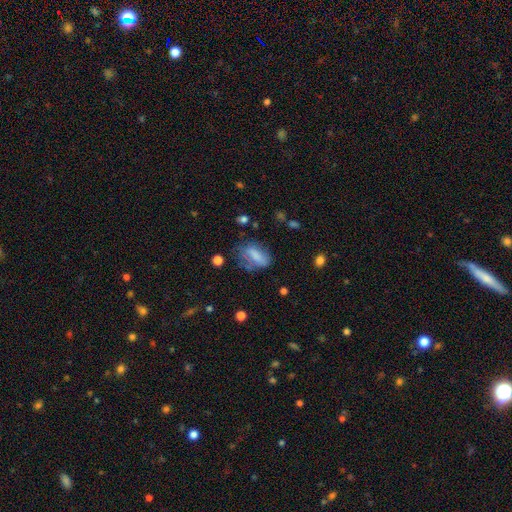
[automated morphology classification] Q: Smooth or featured?
A: smooth (67%); runner-up: featured or disk (22%)
Q: How rounded?
A: in between (81%); runner-up: cigar-shaped (10%)
Q: Merging?
A: none (42%); runner-up: minor disturbance (28%)